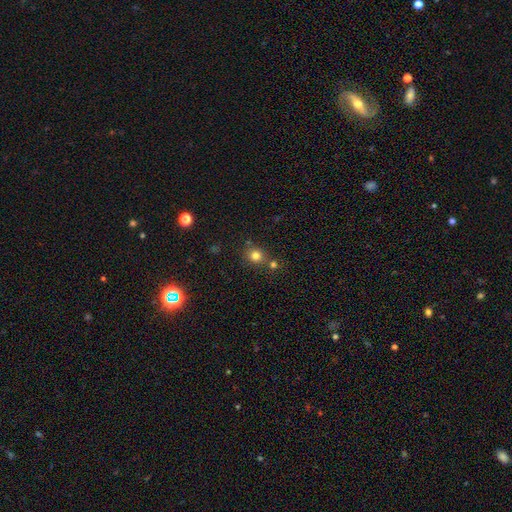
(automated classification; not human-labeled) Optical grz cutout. It shows a smooth galaxy with no disk features (80%) that is round (85%). Merging: none (70%).